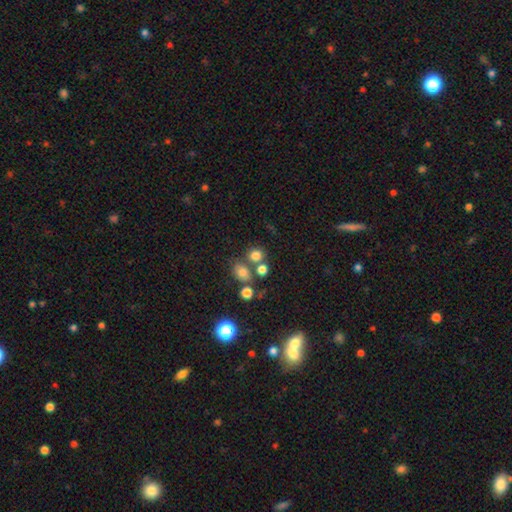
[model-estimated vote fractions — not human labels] Morphology: type=smooth (74%); roundness=round (77%); merging=none (61%).